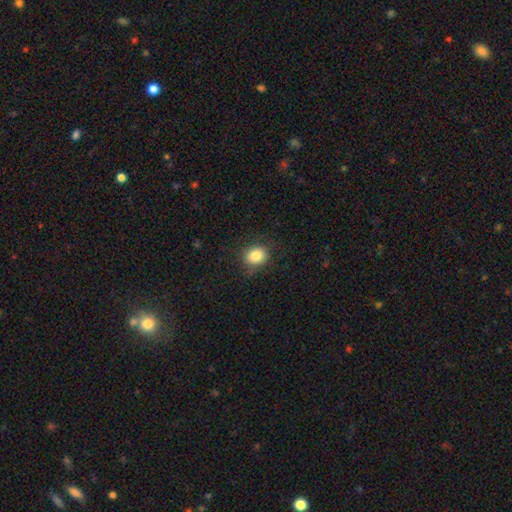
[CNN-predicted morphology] smooth-or-featured: smooth: 84% | star or artifact: 10% | featured or disk: 6%
  how-rounded: round: 58% | in between: 41% | cigar-shaped: 1%
  merging: none: 84% | minor disturbance: 11% | major disturbance: 4% | merger: 1%